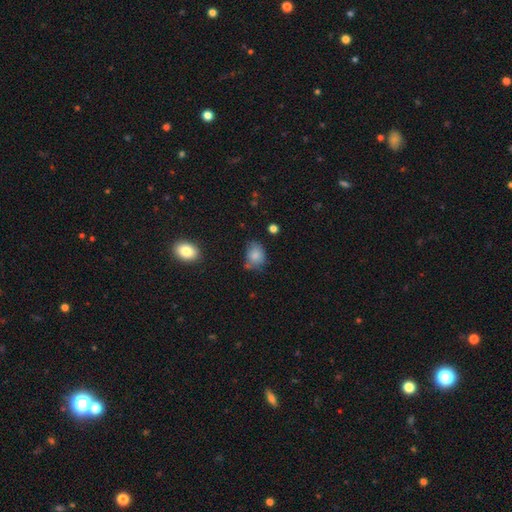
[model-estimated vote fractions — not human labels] A smooth galaxy with no disk features (80%) that is in between round and cigar-shaped (55%).

Vote fractions:
- Smooth or featured? smooth: 80% / star or artifact: 10% / featured or disk: 10%
- How rounded? in between: 55% / round: 44% / cigar-shaped: 1%
- Merging? none: 54% / minor disturbance: 32% / major disturbance: 8% / merger: 6%